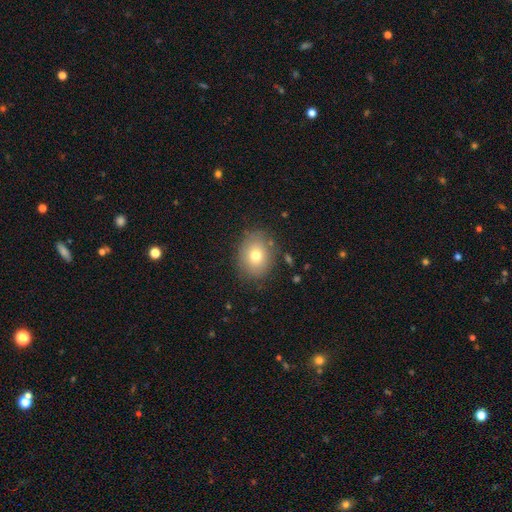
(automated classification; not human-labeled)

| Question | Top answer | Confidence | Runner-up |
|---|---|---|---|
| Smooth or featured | smooth | 74% | featured or disk (15%) |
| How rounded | in between | 50% | round (49%) |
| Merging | none | 82% | minor disturbance (13%) |